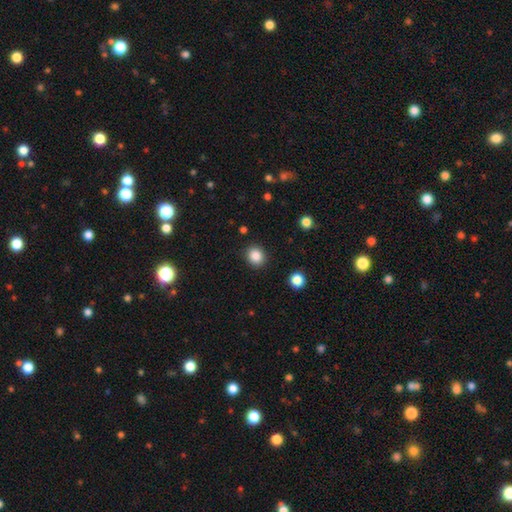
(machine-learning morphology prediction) smooth-or-featured: smooth: 86% | star or artifact: 10% | featured or disk: 4%
  how-rounded: round: 74% | in between: 25% | cigar-shaped: 1%
  merging: none: 89% | minor disturbance: 7% | major disturbance: 2% | merger: 1%